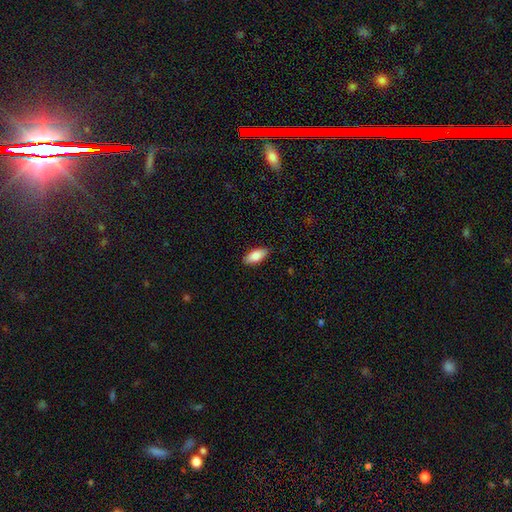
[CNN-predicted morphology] smooth_or_featured: smooth (p=0.84) [alt: featured or disk p=0.10]
how_rounded: in between (p=0.87) [alt: cigar-shaped p=0.11]
merging: none (p=0.88) [alt: minor disturbance p=0.09]